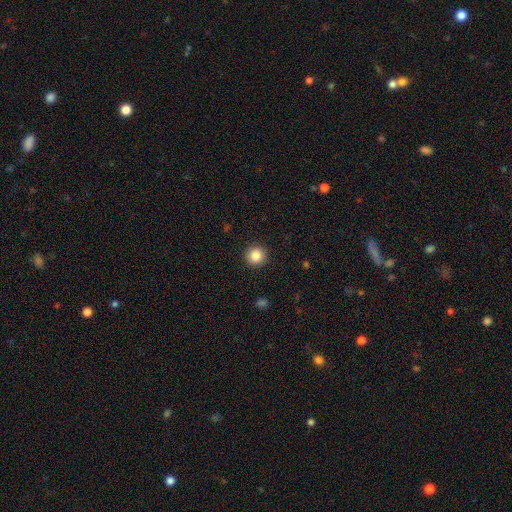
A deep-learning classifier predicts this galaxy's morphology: smooth_or_featured: smooth (p=0.85) [alt: star or artifact p=0.10]
how_rounded: round (p=0.96) [alt: in between p=0.03]
merging: none (p=0.93) [alt: minor disturbance p=0.05]